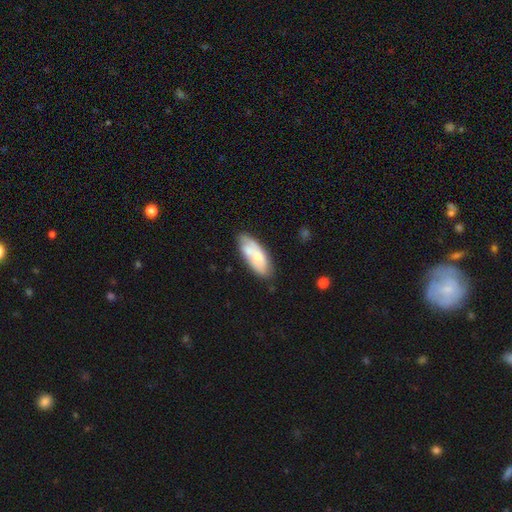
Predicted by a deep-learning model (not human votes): Q: Smooth or featured?
A: smooth (60%); runner-up: featured or disk (34%)
Q: How rounded?
A: in between (80%); runner-up: cigar-shaped (19%)
Q: Merging?
A: none (66%); runner-up: minor disturbance (23%)